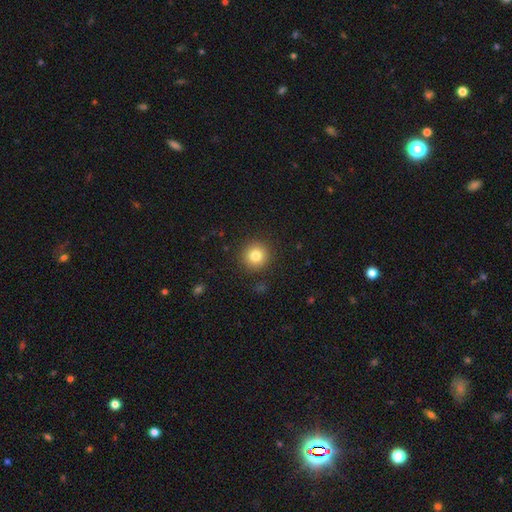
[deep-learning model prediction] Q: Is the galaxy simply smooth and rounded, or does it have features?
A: smooth — 81%.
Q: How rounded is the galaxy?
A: round — 94%.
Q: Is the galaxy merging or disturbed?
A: none — 90%.